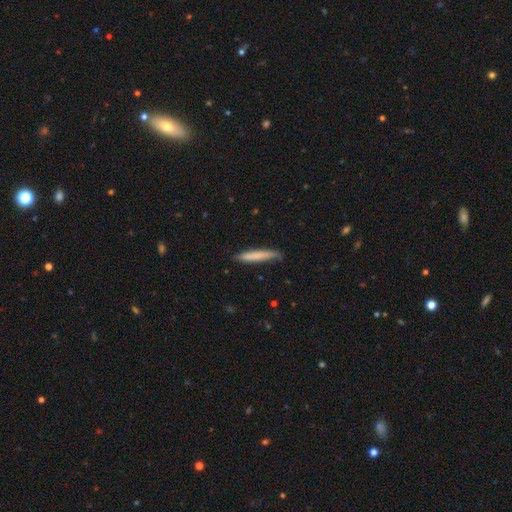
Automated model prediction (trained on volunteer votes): The model was most divided on "merging": none: 72%, minor disturbance: 22%, major disturbance: 4%, merger: 2%. More confident: how rounded — cigar-shaped (94%); smooth or featured — smooth (73%).